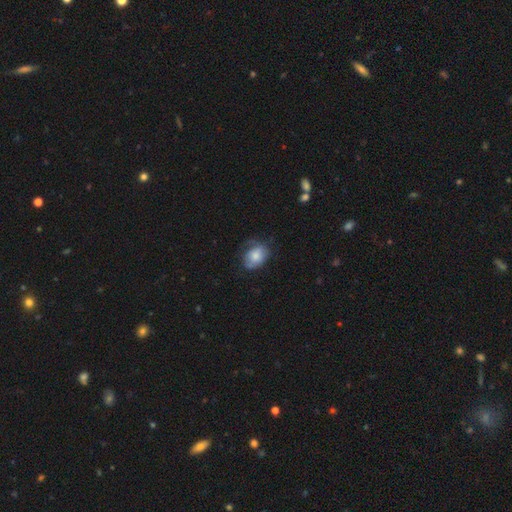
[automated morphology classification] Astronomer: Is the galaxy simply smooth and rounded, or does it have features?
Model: smooth — 67%.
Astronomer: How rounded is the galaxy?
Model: in between — 67%.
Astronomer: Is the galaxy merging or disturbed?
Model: none — 50% (runner-up: minor disturbance, 31%).